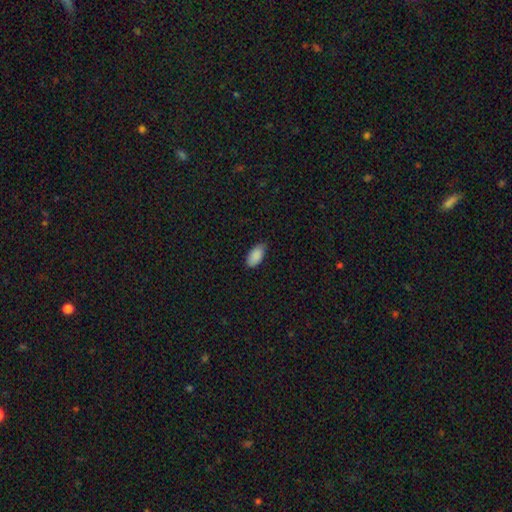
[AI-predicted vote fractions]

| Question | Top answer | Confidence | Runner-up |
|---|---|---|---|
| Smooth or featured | smooth | 89% | star or artifact (7%) |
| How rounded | in between | 94% | cigar-shaped (3%) |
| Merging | none | 74% | minor disturbance (22%) |